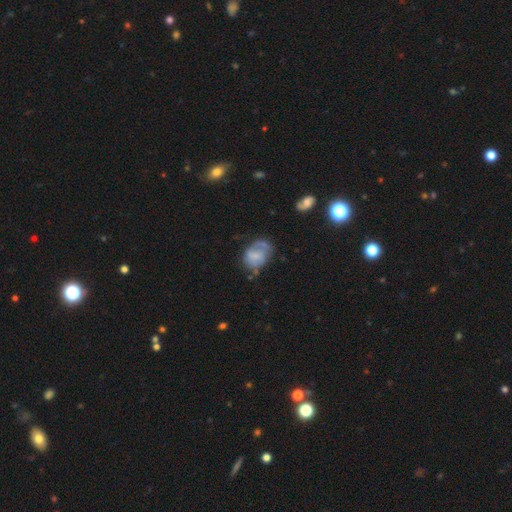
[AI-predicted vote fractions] Smooth or featured? Predicted: featured or disk (p=0.53). Edge-on disk? Predicted: no (p=0.97). Bar? Predicted: no (p=0.55). Spiral arms? Predicted: yes (p=0.68). Bulge size? Predicted: small (p=0.43). Merging? Predicted: none (p=0.41).